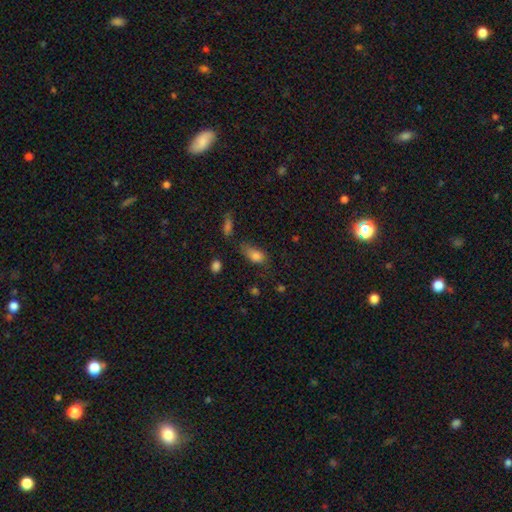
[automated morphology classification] This appears to be a smooth galaxy with no disk features (80%) that is in between round and cigar-shaped (83%). Merging: none (44%).